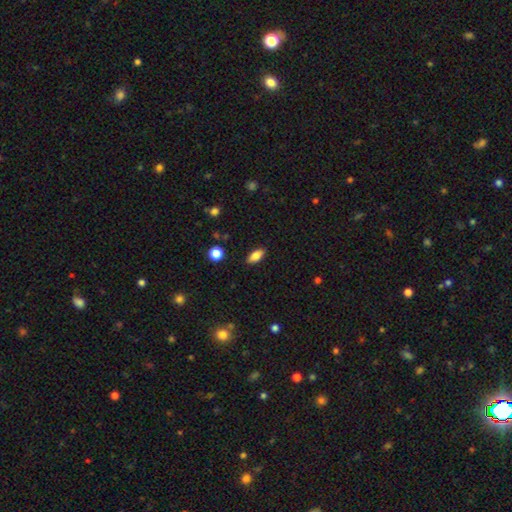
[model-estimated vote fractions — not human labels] The model was most divided on "how rounded": in between: 85%, cigar-shaped: 12%, round: 3%. More confident: merging — none (89%); smooth or featured — smooth (83%).